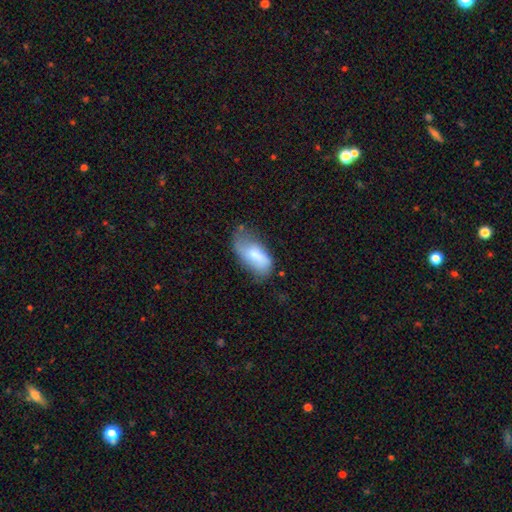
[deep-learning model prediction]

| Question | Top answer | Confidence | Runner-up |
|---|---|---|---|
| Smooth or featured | smooth | 68% | featured or disk (25%) |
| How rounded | in between | 92% | cigar-shaped (6%) |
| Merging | minor disturbance | 39% | none (36%) |